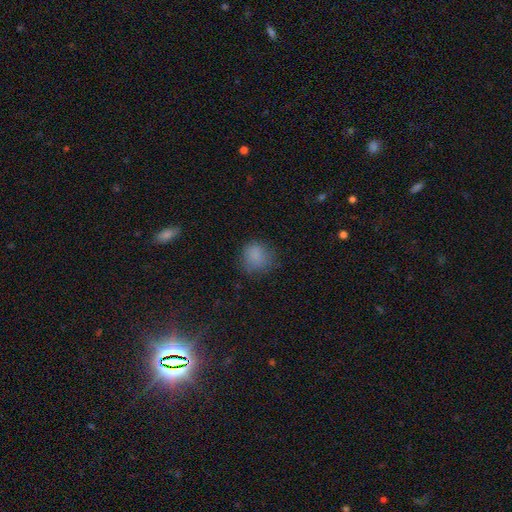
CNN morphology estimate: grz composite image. It shows a smooth galaxy with no disk features (82%) that is round (86%). Merging: none (74%).